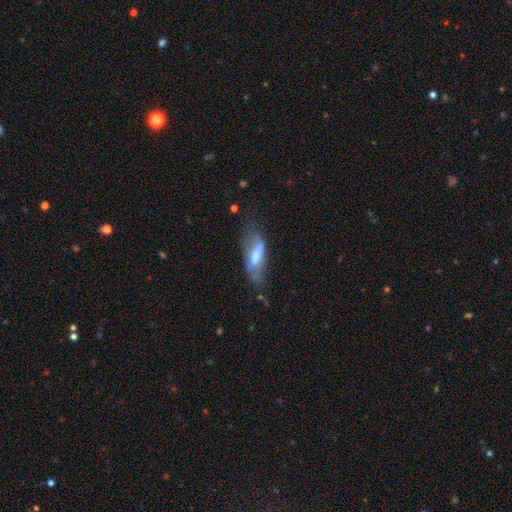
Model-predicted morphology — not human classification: This appears to be a smooth galaxy with no disk features (47%). Merging: none (45%).